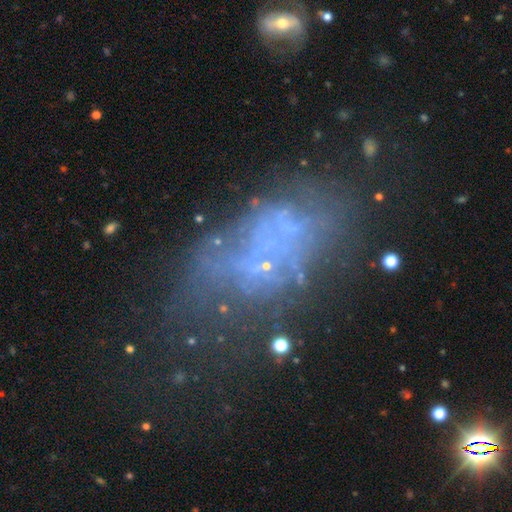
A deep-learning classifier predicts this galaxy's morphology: type=featured or disk (47%); merging=none (34%, tied with major disturbance).